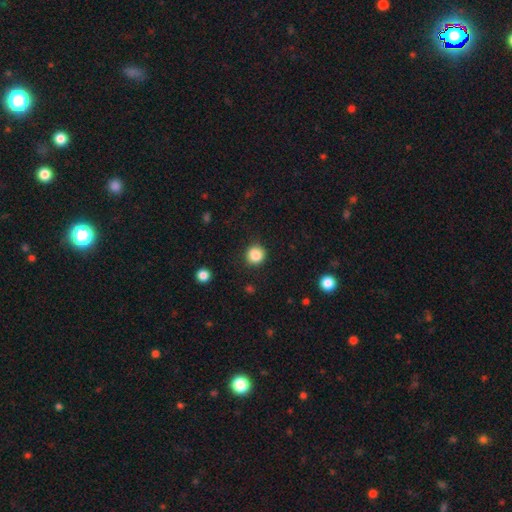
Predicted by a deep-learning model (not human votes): A smooth galaxy with no disk features (86%) that is round (89%). Merging: none (87%).